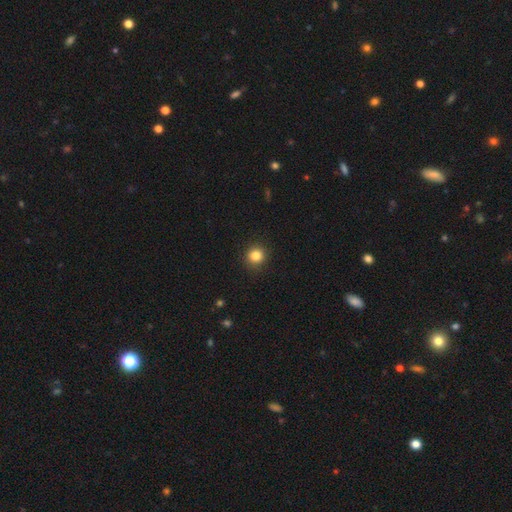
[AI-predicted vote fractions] This appears to be a smooth galaxy with no disk features (84%) that is round (91%). Merging: none (91%).